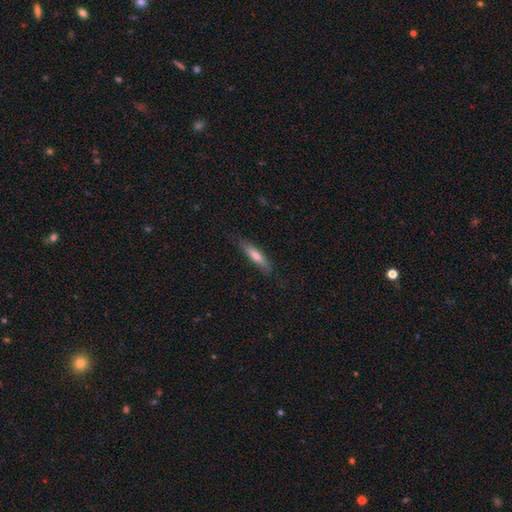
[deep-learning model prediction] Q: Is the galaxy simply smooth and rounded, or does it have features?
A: smooth — 59%.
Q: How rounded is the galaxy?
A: cigar-shaped — 81%.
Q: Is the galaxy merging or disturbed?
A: none — 79%.